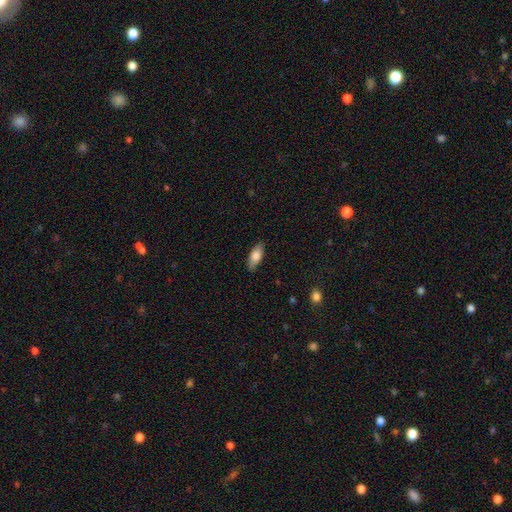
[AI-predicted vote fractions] smooth 76%, featured or disk 18%, star or artifact 6%. Down the decision tree: how rounded — in between (78%); merging — none (85%).